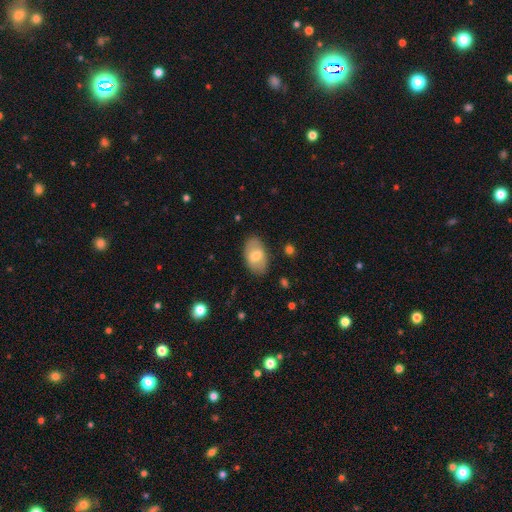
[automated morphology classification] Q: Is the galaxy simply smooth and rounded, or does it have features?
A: smooth — 67%.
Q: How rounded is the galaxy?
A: in between — 92%.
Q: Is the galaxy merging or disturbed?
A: none — 82%.